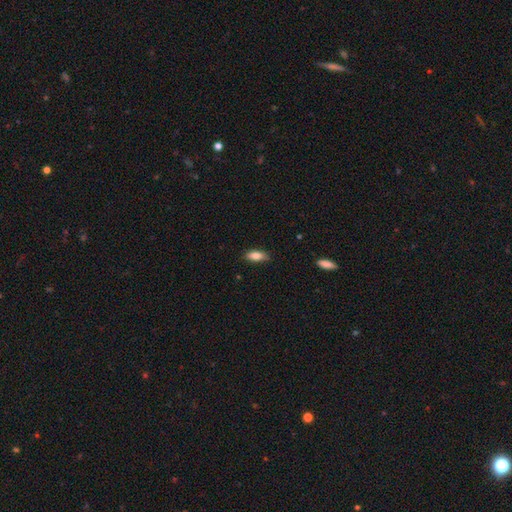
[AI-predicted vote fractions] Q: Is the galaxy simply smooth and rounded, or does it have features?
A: smooth — 84%.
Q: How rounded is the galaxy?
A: in between — 78%.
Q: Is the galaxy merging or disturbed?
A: none — 79%.